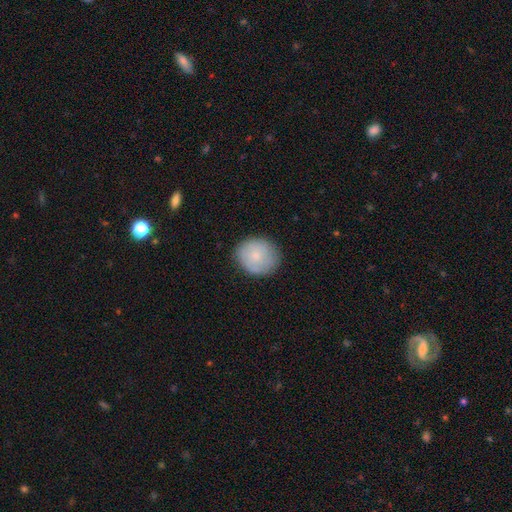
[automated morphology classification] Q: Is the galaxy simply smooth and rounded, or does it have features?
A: smooth — 75%.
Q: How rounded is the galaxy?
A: round — 77%.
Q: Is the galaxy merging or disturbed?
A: none — 81%.